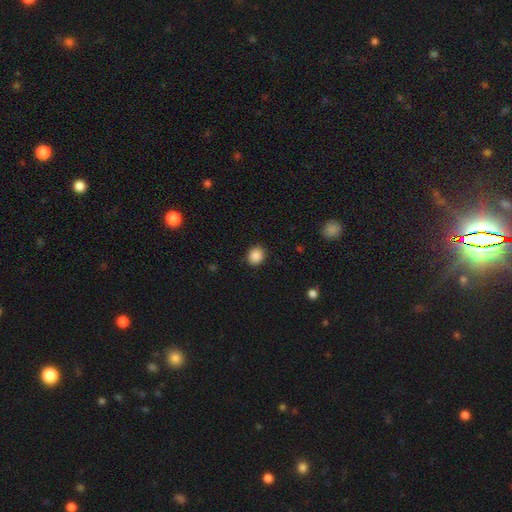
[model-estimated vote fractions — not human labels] Smooth or featured?
  - smooth: 88% *
  - star or artifact: 9%
  - featured or disk: 3%
How rounded?
  - round: 70% *
  - in between: 30%
  - cigar-shaped: 1%
Merging?
  - none: 88% *
  - minor disturbance: 8%
  - major disturbance: 2%
  - merger: 1%